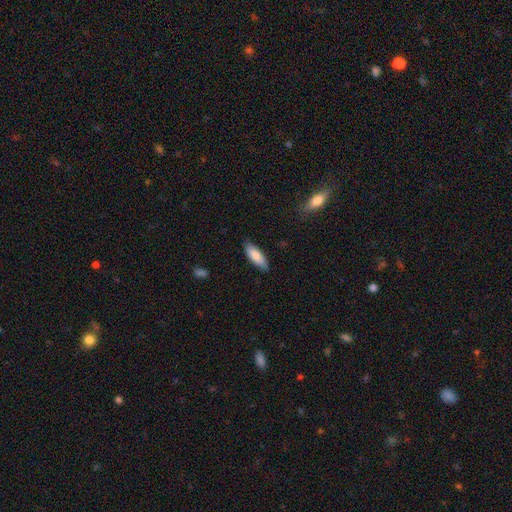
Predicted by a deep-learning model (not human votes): Smooth or featured? Predicted: smooth (p=0.81). How rounded? Predicted: in between (p=0.65). Merging? Predicted: none (p=0.84).